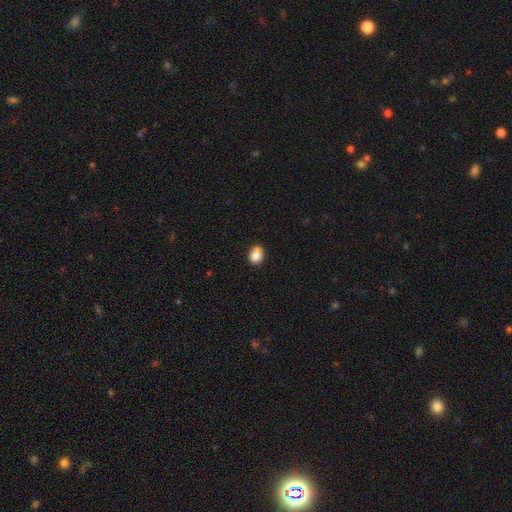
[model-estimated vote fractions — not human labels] smooth-or-featured: smooth: 84% | star or artifact: 10% | featured or disk: 6%
  how-rounded: round: 55% | in between: 44% | cigar-shaped: 1%
  merging: none: 71% | minor disturbance: 22% | major disturbance: 4% | merger: 3%